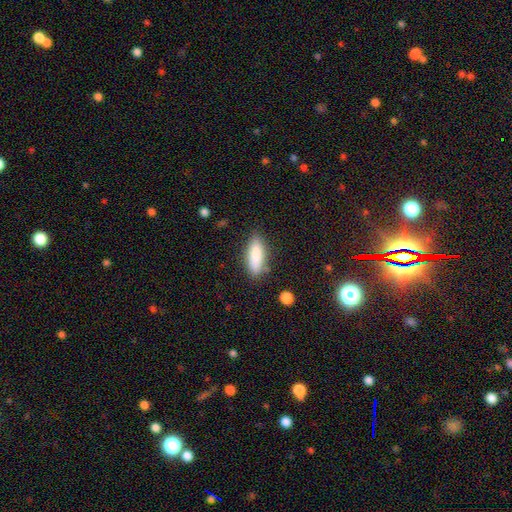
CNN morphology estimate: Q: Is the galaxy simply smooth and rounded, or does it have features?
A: smooth — 84%.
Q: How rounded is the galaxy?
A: in between — 57%.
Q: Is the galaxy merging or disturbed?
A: none — 80%.